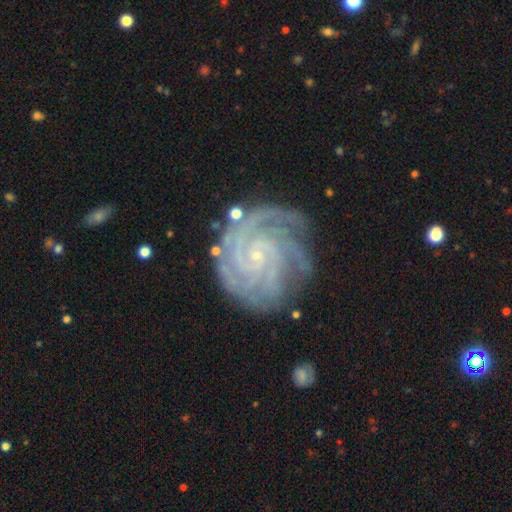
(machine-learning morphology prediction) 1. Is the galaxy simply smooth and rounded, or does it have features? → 92% featured or disk, 5% star or artifact, 3% smooth.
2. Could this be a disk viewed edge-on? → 98% no, 2% yes.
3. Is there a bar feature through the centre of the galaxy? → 69% no, 23% weak, 8% strong.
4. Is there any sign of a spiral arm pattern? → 99% yes, 1% no.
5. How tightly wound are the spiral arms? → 81% tight, 17% medium, 2% loose.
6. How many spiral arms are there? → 36% 4, 23% 3, 11% can't tell, 11% more than 4, 11% 2, 7% 1.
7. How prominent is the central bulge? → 87% small, 7% moderate, 4% none, 1% large, 1% dominant.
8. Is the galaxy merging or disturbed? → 76% none, 17% minor disturbance, 5% major disturbance, 2% merger.